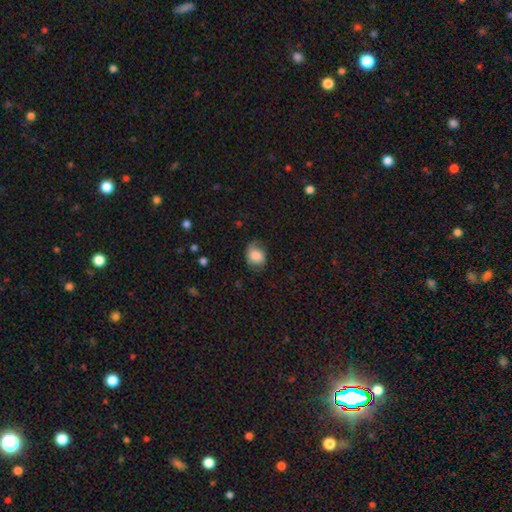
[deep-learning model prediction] The model was most divided on "how rounded": round: 52%, in between: 47%, cigar-shaped: 1%. More confident: smooth or featured — smooth (74%); merging — none (59%).